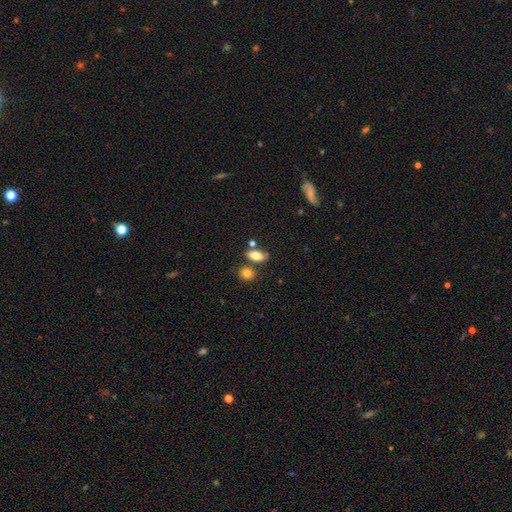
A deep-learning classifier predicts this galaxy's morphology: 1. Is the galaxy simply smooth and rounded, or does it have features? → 75% smooth, 16% featured or disk, 9% star or artifact.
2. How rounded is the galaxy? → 81% in between, 10% cigar-shaped, 9% round.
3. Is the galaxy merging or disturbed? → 63% none, 17% merger, 15% minor disturbance, 5% major disturbance.